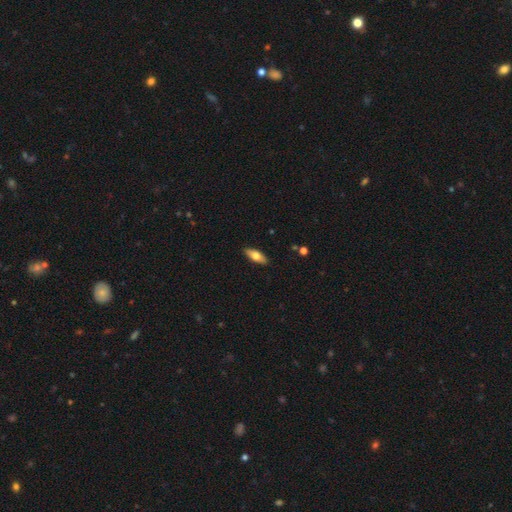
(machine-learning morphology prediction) smooth 68%, featured or disk 27%, star or artifact 6%. Down the decision tree: how rounded — in between (71%); merging — none (89%).